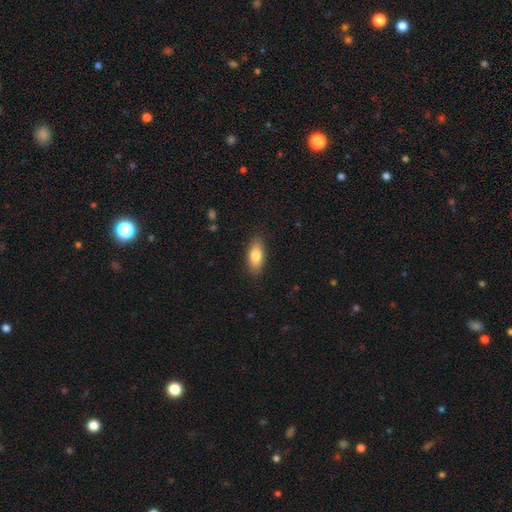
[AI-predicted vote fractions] Overall: smooth (79%). How rounded: in between (78%). Merging: none (87%).